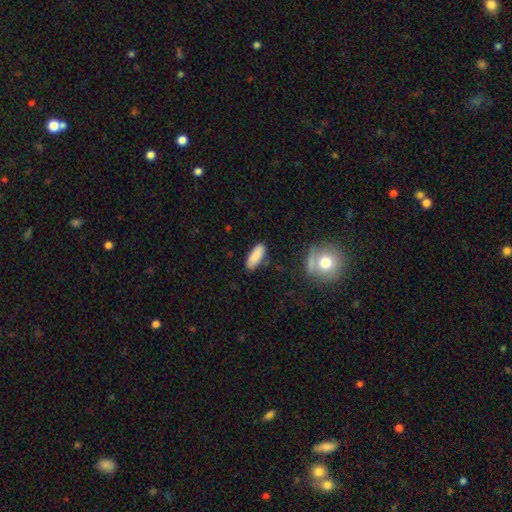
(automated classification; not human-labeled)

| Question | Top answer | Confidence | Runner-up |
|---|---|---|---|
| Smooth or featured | smooth | 87% | star or artifact (7%) |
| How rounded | in between | 71% | cigar-shaped (28%) |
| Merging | none | 83% | minor disturbance (12%) |